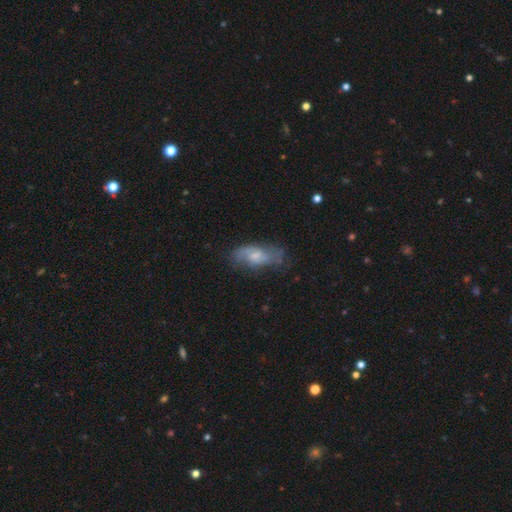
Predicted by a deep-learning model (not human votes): Smooth or featured? Predicted: featured or disk (p=0.50). Edge-on disk? Predicted: no (p=0.90). Merging? Predicted: none (p=0.57).